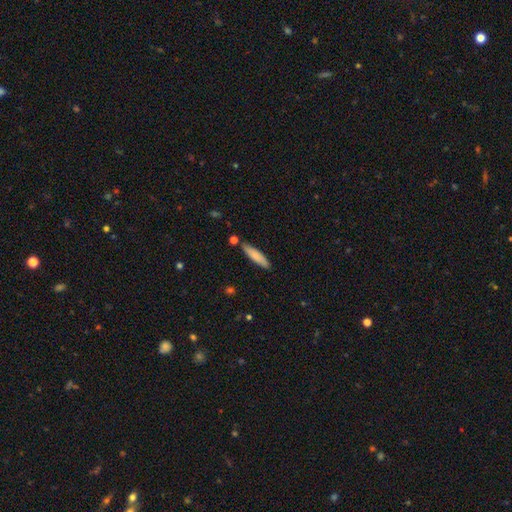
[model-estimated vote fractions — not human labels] Smooth or featured? smooth (80%)
How rounded? cigar-shaped (76%)
Merging? none (81%)